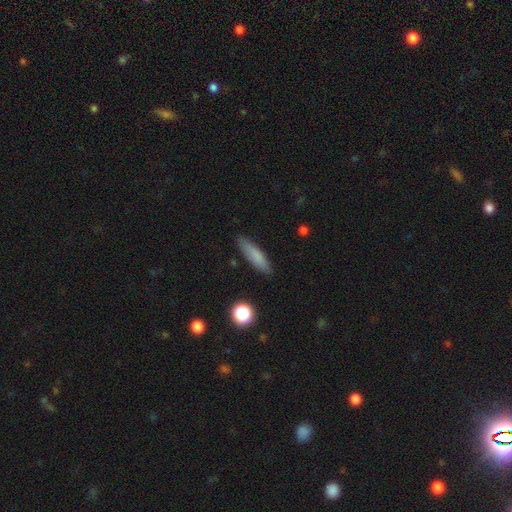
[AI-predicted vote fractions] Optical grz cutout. It shows a smooth galaxy with no disk features (78%) that is cigar-shaped (72%). Merging: none (85%).